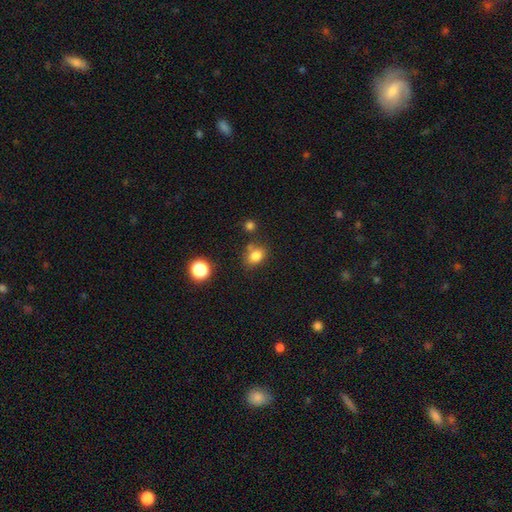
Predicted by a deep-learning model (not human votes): Smooth or featured? Predicted: smooth (p=0.80). How rounded? Predicted: in between (p=0.60). Merging? Predicted: none (p=0.67).